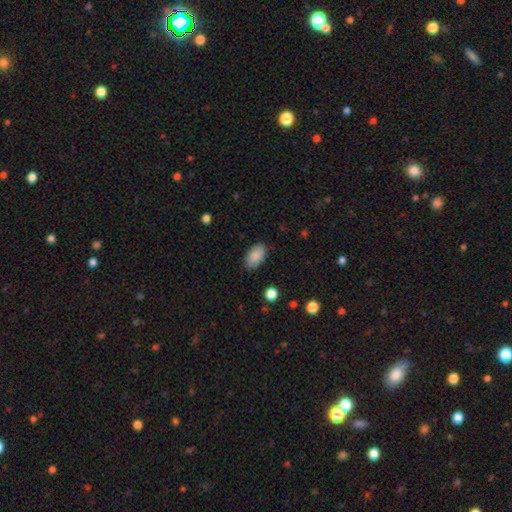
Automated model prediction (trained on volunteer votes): Overall: smooth (89%). How rounded: in between (94%). Merging: none (85%).